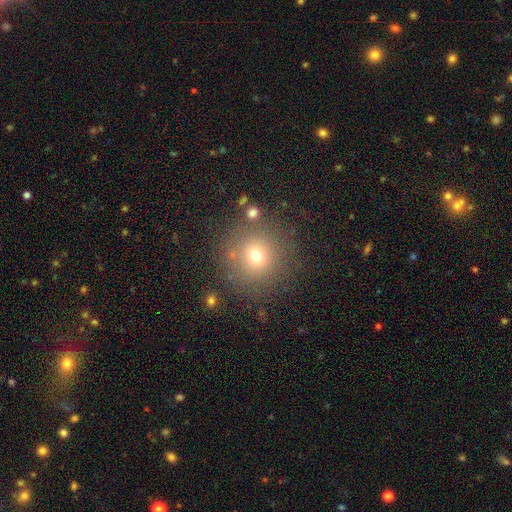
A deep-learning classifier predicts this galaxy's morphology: Smooth or featured?
  - smooth: 69% *
  - star or artifact: 19%
  - featured or disk: 12%
How rounded?
  - round: 94% *
  - in between: 5%
  - cigar-shaped: 1%
Merging?
  - none: 83% *
  - minor disturbance: 8%
  - major disturbance: 4%
  - merger: 4%